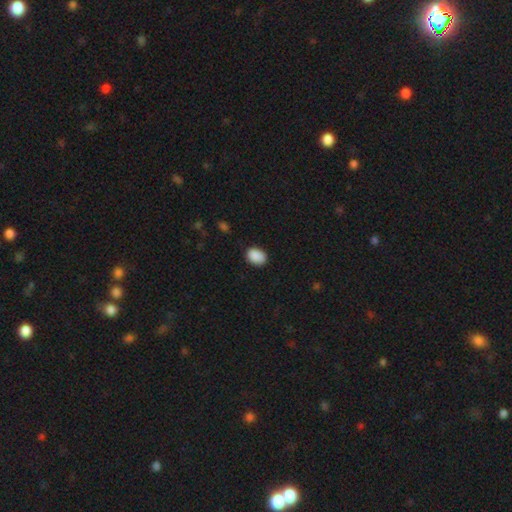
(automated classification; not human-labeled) This appears to be a smooth galaxy with no disk features (90%) that is in between round and cigar-shaped (74%). Merging: none (85%).